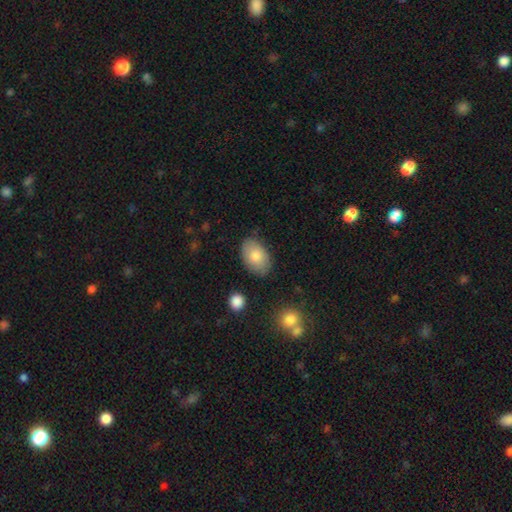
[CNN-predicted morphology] type=smooth (81%); roundness=in between (90%); merging=none (81%).